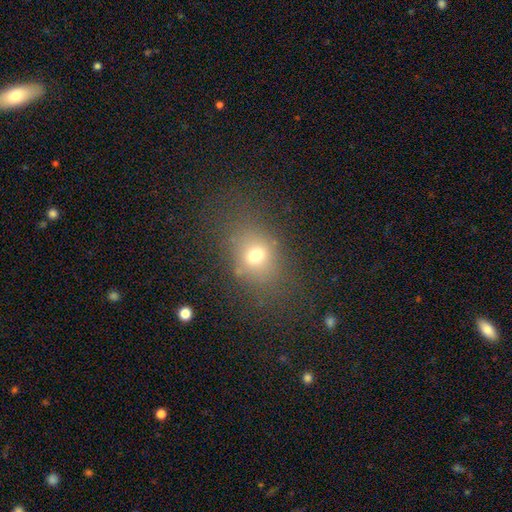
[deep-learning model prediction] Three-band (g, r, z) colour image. It shows a smooth galaxy with no disk features (69%) that is in between round and cigar-shaped (60%). Merging: none (67%).